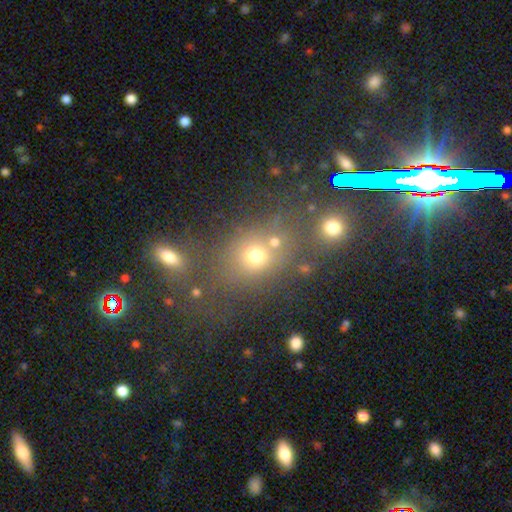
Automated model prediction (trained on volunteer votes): A smooth galaxy with no disk features (64%) that is round (66%).

Vote fractions:
- Smooth or featured? smooth: 64% / star or artifact: 24% / featured or disk: 12%
- How rounded? round: 66% / in between: 32% / cigar-shaped: 2%
- Merging? none: 53% / merger: 27% / minor disturbance: 12% / major disturbance: 8%